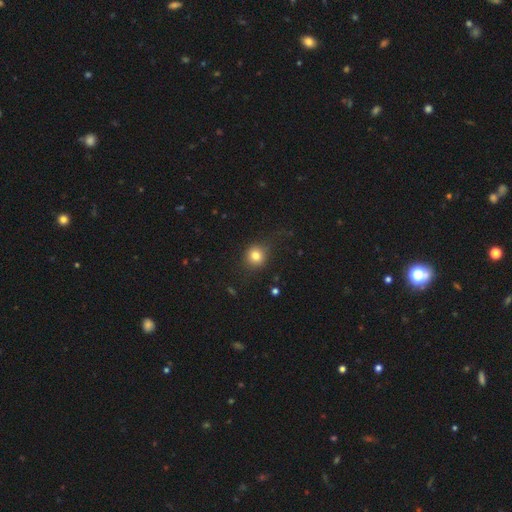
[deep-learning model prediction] Morphology: type=smooth (80%); roundness=round (87%); merging=none (77%).